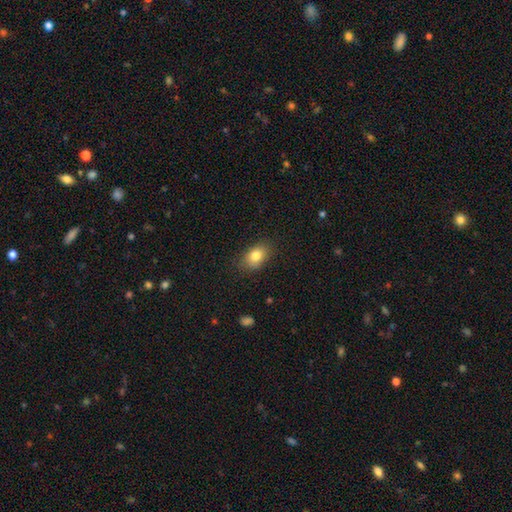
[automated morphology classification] Smooth or featured? Predicted: smooth (p=0.81). How rounded? Predicted: in between (p=0.79). Merging? Predicted: none (p=0.82).